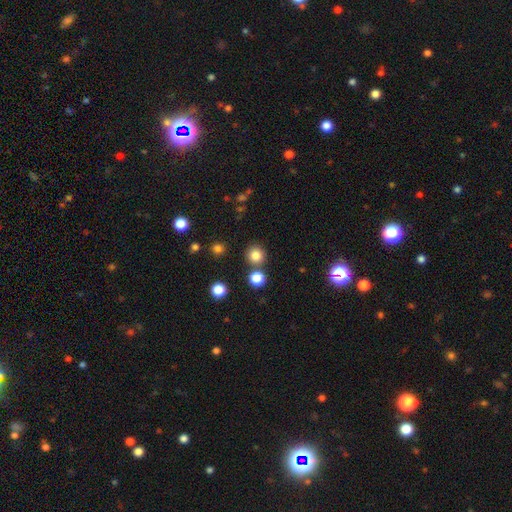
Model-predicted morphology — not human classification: type=smooth (81%); roundness=round (93%); merging=none (79%).